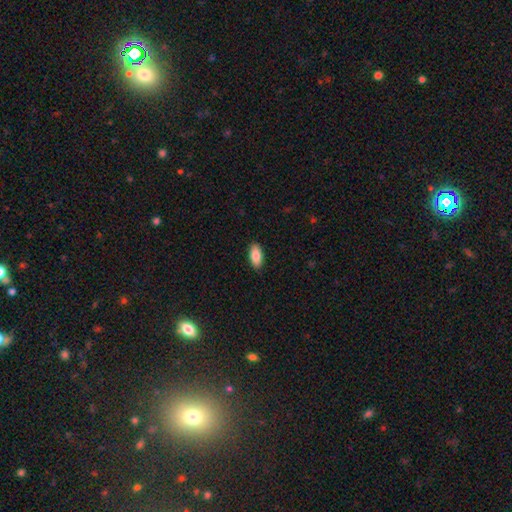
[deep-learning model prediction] smooth-or-featured: smooth: 85% | featured or disk: 9% | star or artifact: 7%
  how-rounded: in between: 90% | cigar-shaped: 8% | round: 2%
  merging: none: 90% | minor disturbance: 7% | major disturbance: 2% | merger: 1%